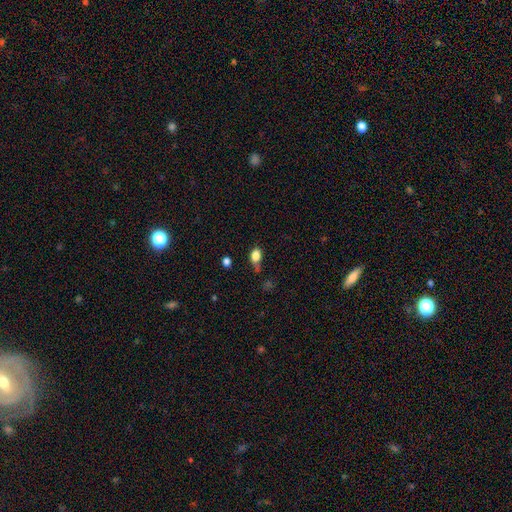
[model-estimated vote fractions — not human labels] smooth 82%, star or artifact 10%, featured or disk 7%. Down the decision tree: how rounded — in between (75%); merging — none (49%).